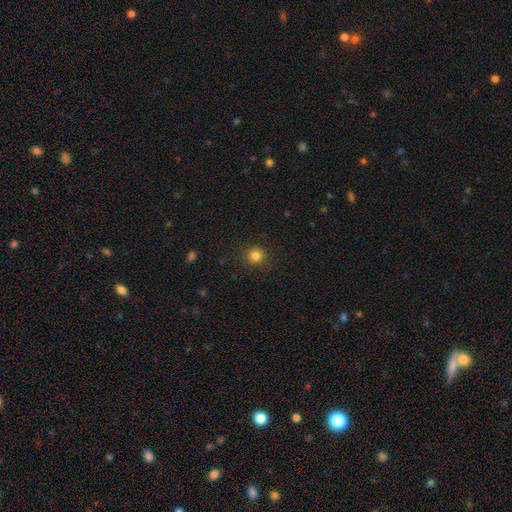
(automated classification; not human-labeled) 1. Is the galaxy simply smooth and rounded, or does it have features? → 83% smooth, 13% star or artifact, 4% featured or disk.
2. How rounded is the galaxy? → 93% round, 6% in between, 1% cigar-shaped.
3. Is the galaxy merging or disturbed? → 90% none, 6% minor disturbance, 2% major disturbance, 1% merger.